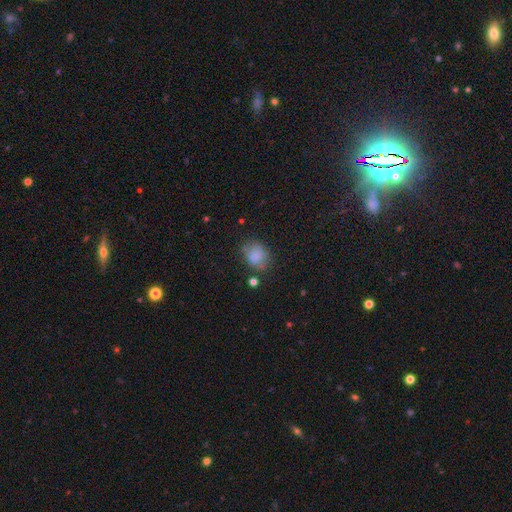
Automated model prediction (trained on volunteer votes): Q: Smooth or featured?
A: smooth (80%); runner-up: star or artifact (11%)
Q: How rounded?
A: in between (53%); runner-up: round (46%)
Q: Merging?
A: none (66%); runner-up: minor disturbance (21%)